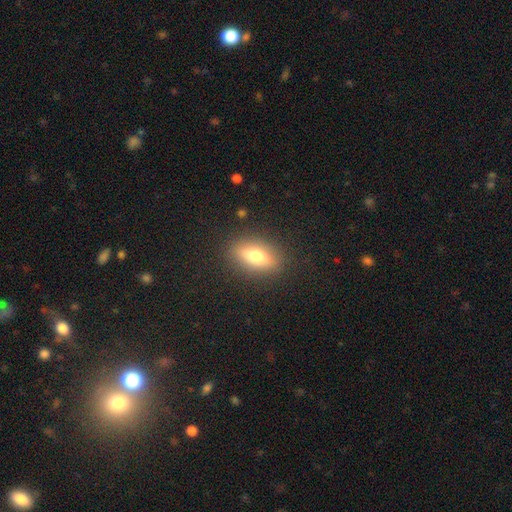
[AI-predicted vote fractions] A smooth galaxy with no disk features (65%) that is in between round and cigar-shaped (73%).

Vote fractions:
- Smooth or featured? smooth: 65% / featured or disk: 26% / star or artifact: 9%
- How rounded? in between: 73% / cigar-shaped: 17% / round: 9%
- Merging? none: 86% / minor disturbance: 9% / major disturbance: 4% / merger: 1%